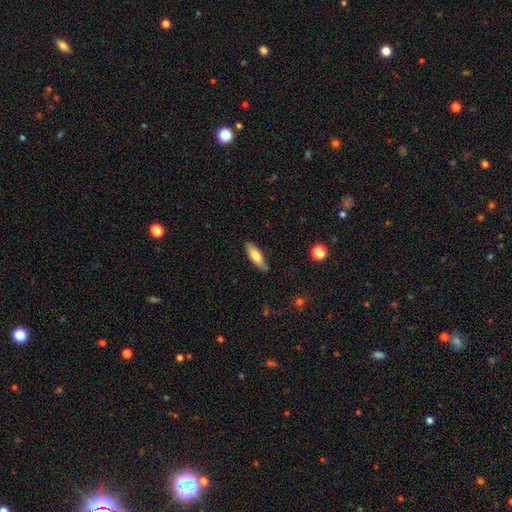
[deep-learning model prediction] This is likely a smooth galaxy (68%). How rounded: possibly cigar-shaped (52%). Merging: clearly none (80%).